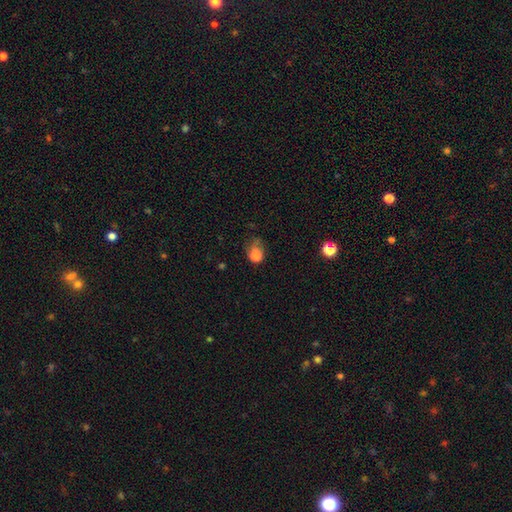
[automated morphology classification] A smooth galaxy with no disk features (76%) that is round (62%). Merging: minor disturbance (35%, tied with none).